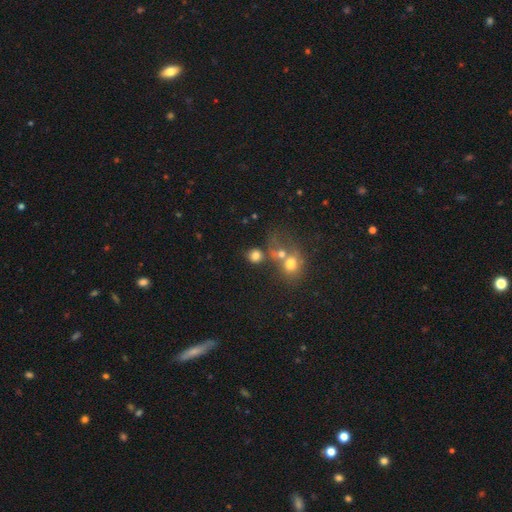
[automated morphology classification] smooth 75%, star or artifact 14%, featured or disk 10%. Down the decision tree: how rounded — round (82%); merging — none (54%).